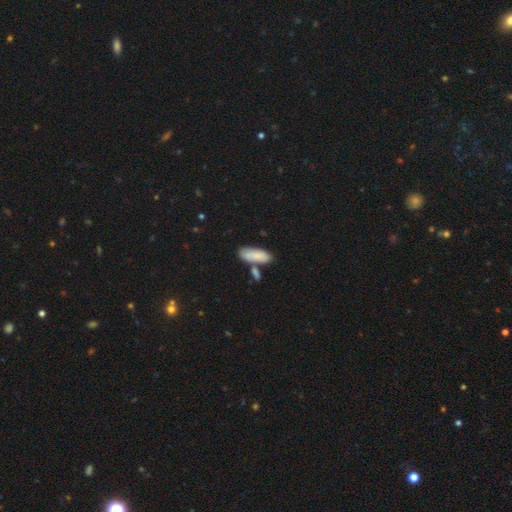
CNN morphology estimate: type=smooth (82%); roundness=in between (75%); merging=none (59%).